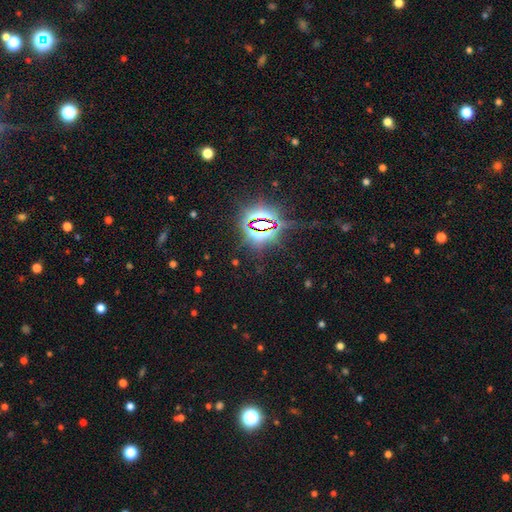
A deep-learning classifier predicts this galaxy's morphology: Smooth or featured?
  - star or artifact: 86% *
  - smooth: 8%
  - featured or disk: 7%